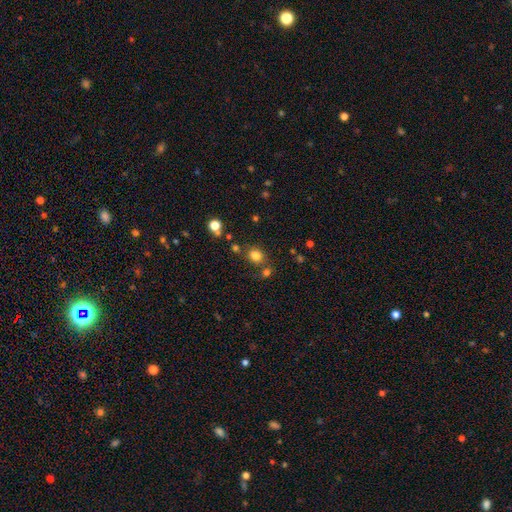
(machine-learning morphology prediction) Smooth or featured?
  - smooth: 80% *
  - star or artifact: 14%
  - featured or disk: 6%
How rounded?
  - round: 66% *
  - in between: 33%
  - cigar-shaped: 1%
Merging?
  - none: 71% *
  - merger: 13%
  - minor disturbance: 11%
  - major disturbance: 5%